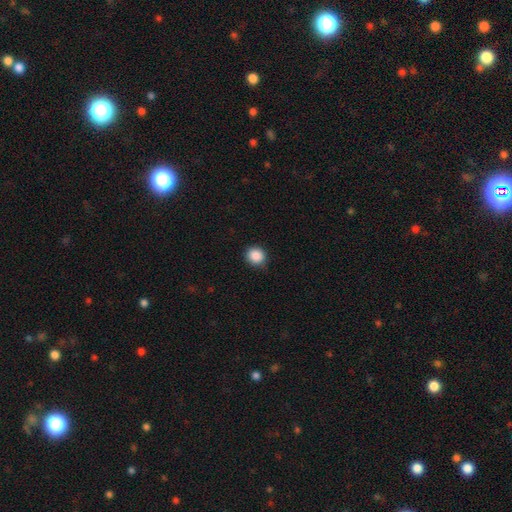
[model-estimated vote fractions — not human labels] Smooth or featured? smooth (89%)
How rounded? round (83%)
Merging? none (85%)